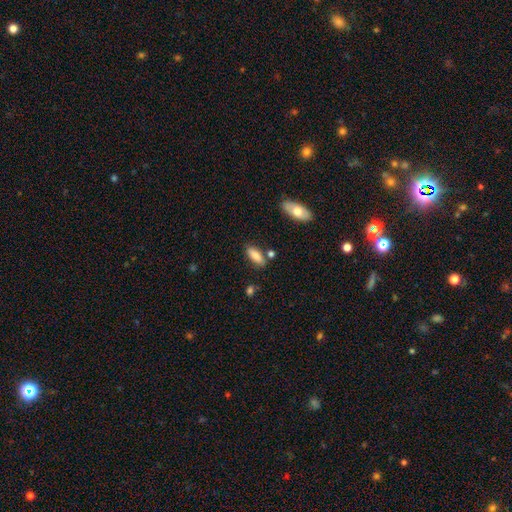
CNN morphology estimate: This is clearly a smooth galaxy (83%). How rounded: likely in between (70%). Merging: likely none (76%).